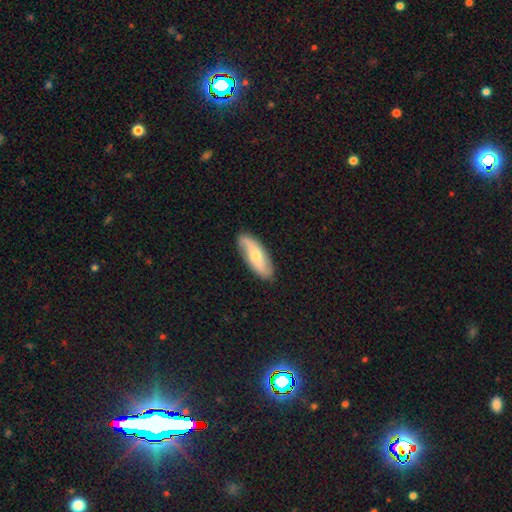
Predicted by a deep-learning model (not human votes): The model was most divided on "smooth or featured": featured or disk: 51%, smooth: 43%, star or artifact: 6%. More confident: merging — none (84%); edge-on disk — no (82%).